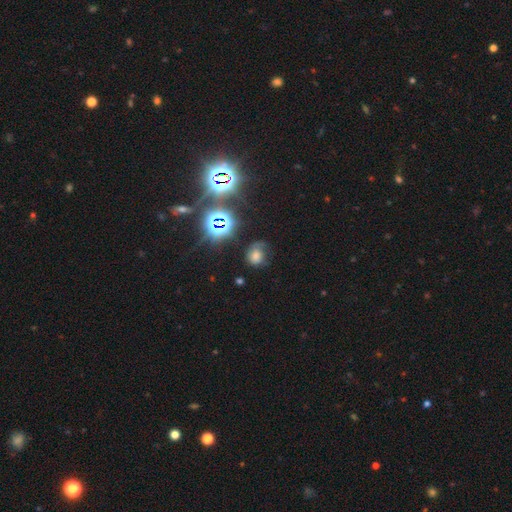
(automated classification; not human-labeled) The model was most divided on "smooth or featured": smooth: 41%, star or artifact: 33%, featured or disk: 26%. More confident: merging — none (51%).